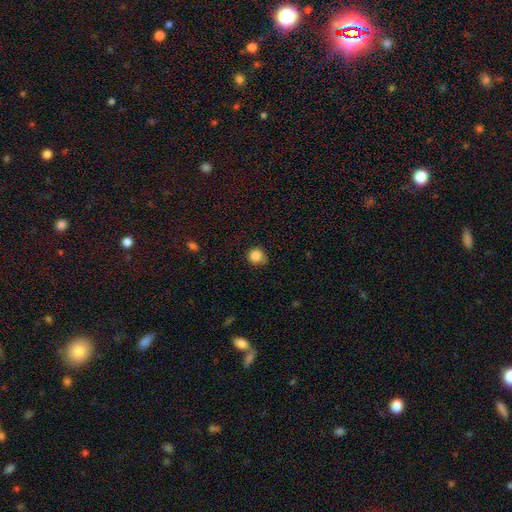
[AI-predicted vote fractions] smooth_or_featured: smooth (p=0.84) [alt: star or artifact p=0.10]
how_rounded: round (p=0.88) [alt: in between p=0.11]
merging: none (p=0.72) [alt: minor disturbance p=0.22]